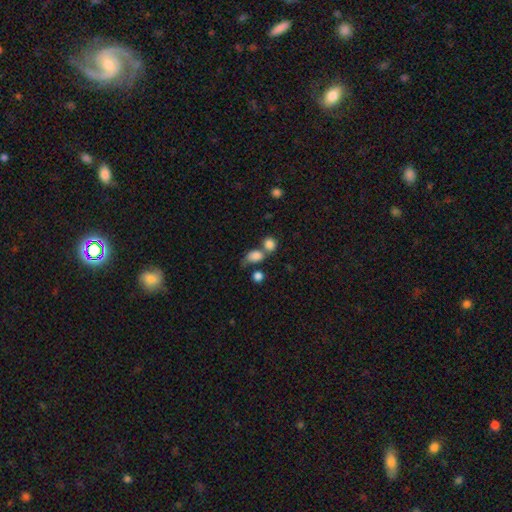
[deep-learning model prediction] smooth_or_featured: smooth (p=0.83) [alt: star or artifact p=0.10]
how_rounded: in between (p=0.61) [alt: round p=0.37]
merging: merger (p=0.43) [alt: none p=0.33]